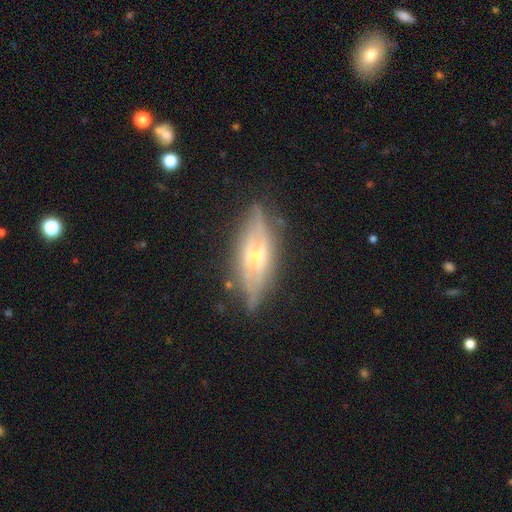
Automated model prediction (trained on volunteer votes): Smooth or featured? Predicted: featured or disk (p=0.79). Edge-on disk? Predicted: yes (p=0.85). Edge-on bulge? Predicted: rounded (p=0.85). Merging? Predicted: none (p=0.78).